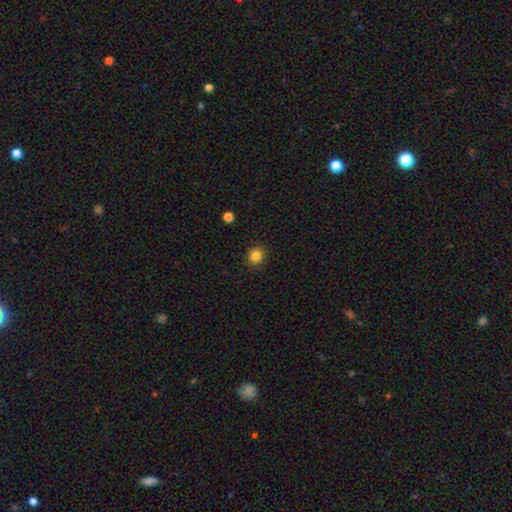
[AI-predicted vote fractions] Morphology: type=smooth (85%); roundness=round (87%); merging=none (91%).